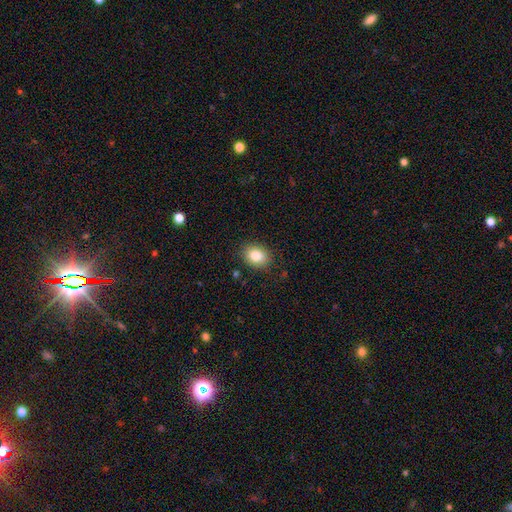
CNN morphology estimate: Smooth or featured? smooth (84%)
How rounded? in between (60%)
Merging? none (86%)